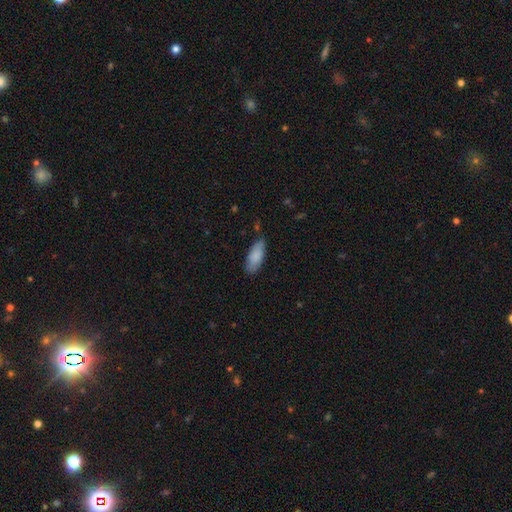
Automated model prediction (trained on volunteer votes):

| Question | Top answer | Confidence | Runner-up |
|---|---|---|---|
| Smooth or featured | smooth | 86% | featured or disk (8%) |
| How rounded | in between | 78% | cigar-shaped (20%) |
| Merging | none | 72% | minor disturbance (22%) |